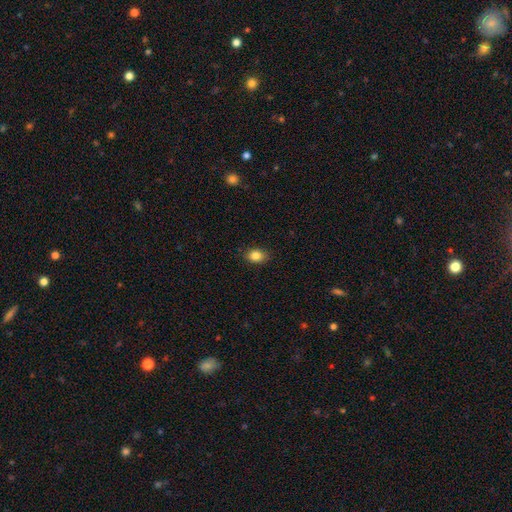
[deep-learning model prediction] smooth 85%, star or artifact 10%, featured or disk 5%. Down the decision tree: how rounded — in between (70%); merging — none (85%).